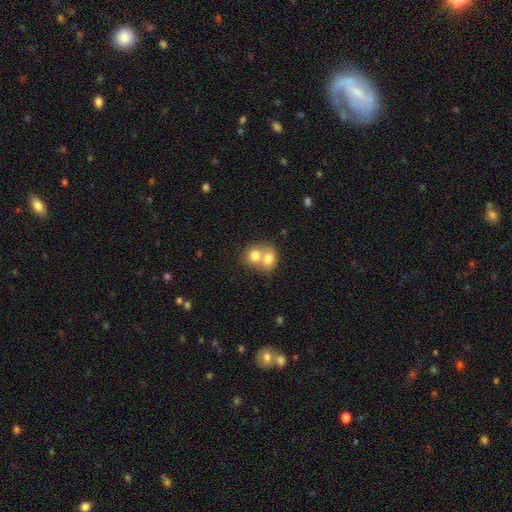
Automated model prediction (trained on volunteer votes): A smooth galaxy with no disk features (74%) that is round (64%).

Vote fractions:
- Smooth or featured? smooth: 74% / featured or disk: 17% / star or artifact: 9%
- How rounded? round: 64% / in between: 35% / cigar-shaped: 1%
- Merging? merger: 72% / none: 21% / minor disturbance: 5% / major disturbance: 2%